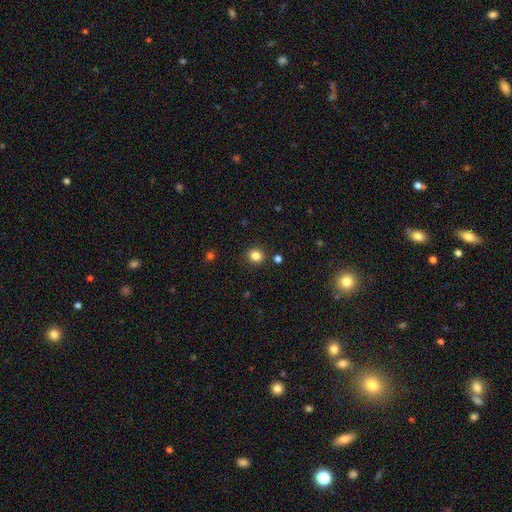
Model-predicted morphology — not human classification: A smooth galaxy with no disk features (83%) that is round (85%). Merging: none (88%).